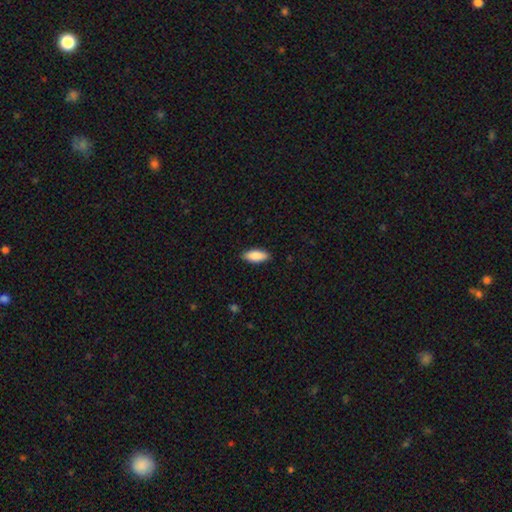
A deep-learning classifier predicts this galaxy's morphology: Smooth or featured? Predicted: smooth (p=0.87). How rounded? Predicted: in between (p=0.82). Merging? Predicted: none (p=0.88).